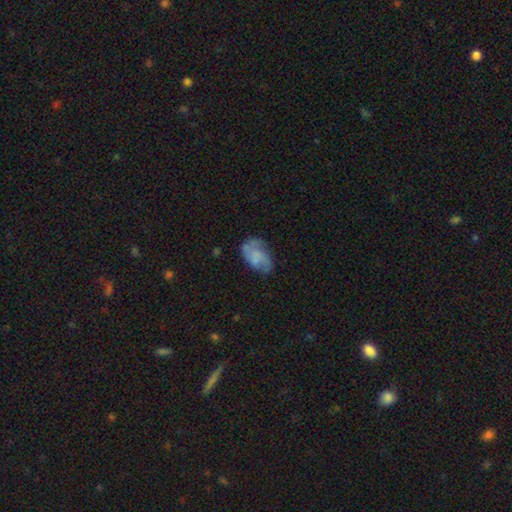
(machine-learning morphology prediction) smooth-or-featured: featured or disk: 46% | smooth: 45% | star or artifact: 9%
  merging: none: 55% | minor disturbance: 28% | major disturbance: 14% | merger: 2%